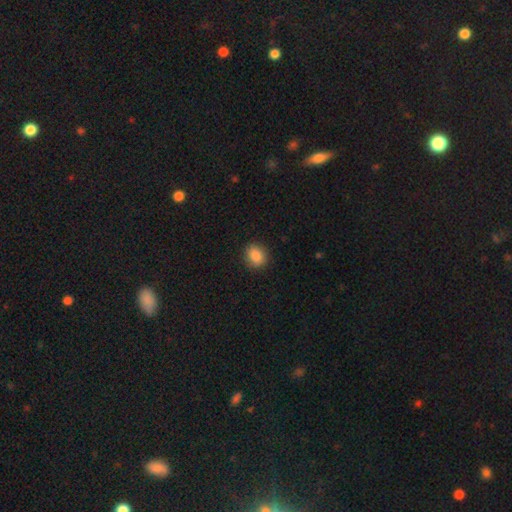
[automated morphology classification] This is clearly a smooth galaxy (86%). How rounded: likely round (64%). Merging: clearly none (89%).